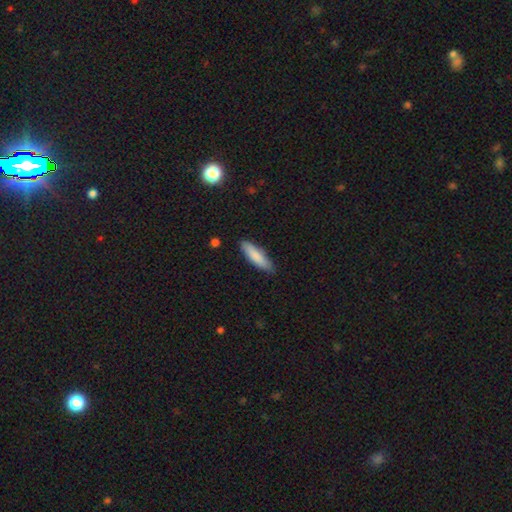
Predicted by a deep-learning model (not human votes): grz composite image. It shows a smooth galaxy with no disk features (84%) that is cigar-shaped (62%). Merging: none (82%).